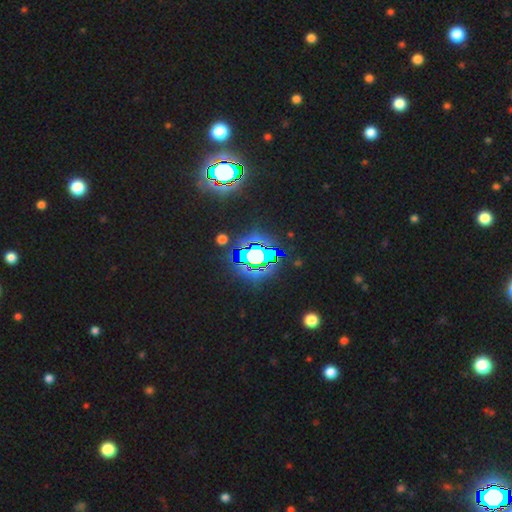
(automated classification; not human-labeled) A star or artifact, not a galaxy (70%).